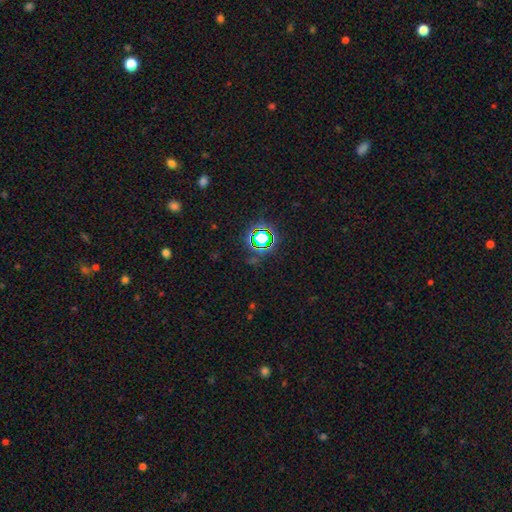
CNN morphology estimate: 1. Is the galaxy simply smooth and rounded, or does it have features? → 76% star or artifact, 16% smooth, 8% featured or disk.